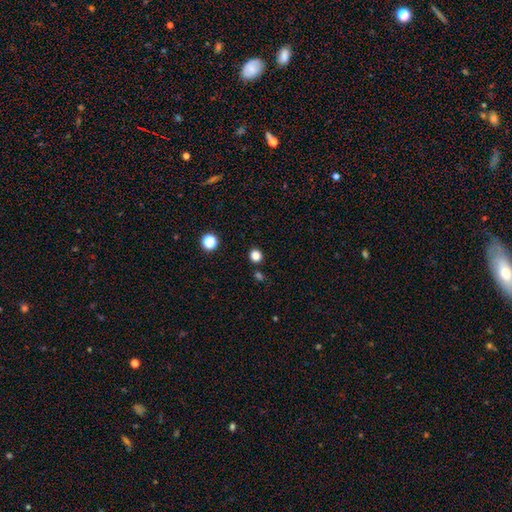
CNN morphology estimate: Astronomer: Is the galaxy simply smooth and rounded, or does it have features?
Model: smooth — 82%.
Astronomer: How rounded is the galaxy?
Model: round — 85%.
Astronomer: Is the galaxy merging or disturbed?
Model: none — 87%.